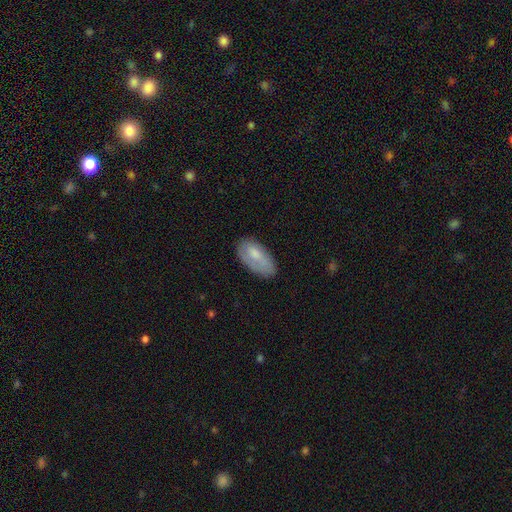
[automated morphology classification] smooth 71%, featured or disk 23%, star or artifact 6%. Down the decision tree: how rounded — in between (93%); merging — none (63%).